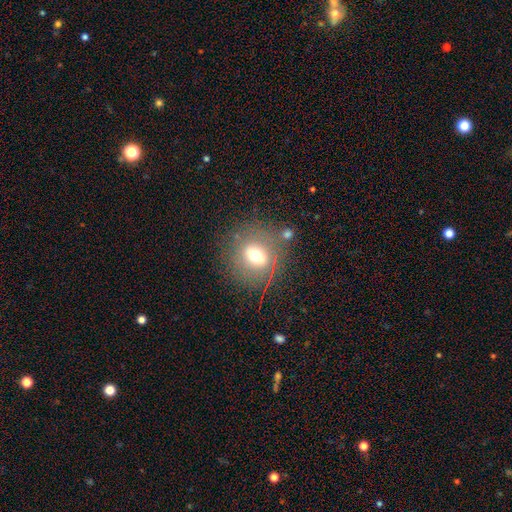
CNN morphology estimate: Smooth or featured: smooth — 58% (featured or disk — 26%)
How rounded: round — 79% (in between — 20%)
Merging: none — 76% (minor disturbance — 13%)